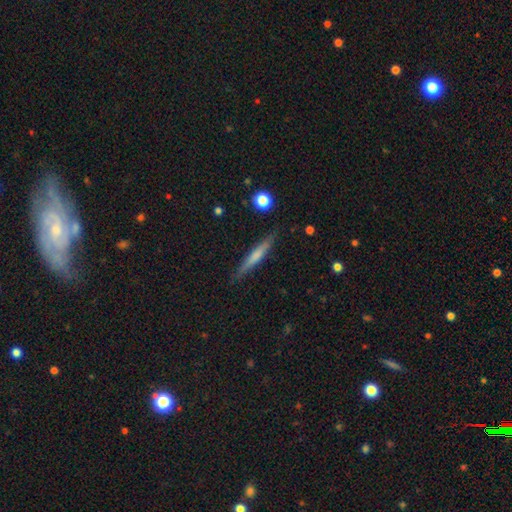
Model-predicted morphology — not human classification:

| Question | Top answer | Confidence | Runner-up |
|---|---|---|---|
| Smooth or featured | smooth | 53% | featured or disk (41%) |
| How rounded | cigar-shaped | 94% | in between (4%) |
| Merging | none | 87% | minor disturbance (10%) |